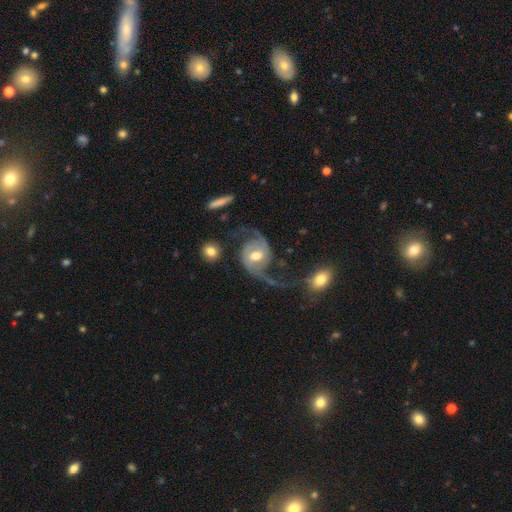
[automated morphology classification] Smooth or featured?
  - featured or disk: 88% *
  - smooth: 7%
  - star or artifact: 5%
Edge-on disk?
  - no: 98% *
  - yes: 2%
Bar?
  - no: 48% *
  - weak: 38%
  - strong: 14%
Spiral arms?
  - yes: 96% *
  - no: 4%
Spiral winding?
  - loose: 57% *
  - medium: 34%
  - tight: 9%
Spiral arm count?
  - 2: 92% *
  - 1: 3%
  - can't tell: 2%
  - 3: 1%
  - 4: 1%
  - more than 4: 1%
Bulge size?
  - moderate: 73% *
  - large: 14%
  - small: 10%
  - dominant: 2%
  - none: 1%
Merging?
  - none: 55% *
  - major disturbance: 22%
  - minor disturbance: 18%
  - merger: 6%